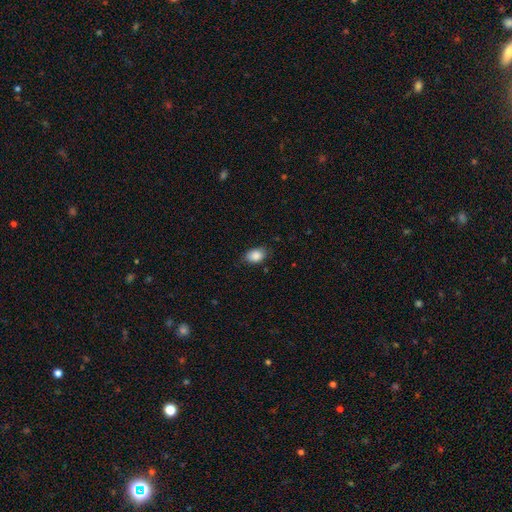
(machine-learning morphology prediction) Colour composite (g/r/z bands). It shows a smooth galaxy with no disk features (87%) that is in between round and cigar-shaped (79%). Merging: none (77%).